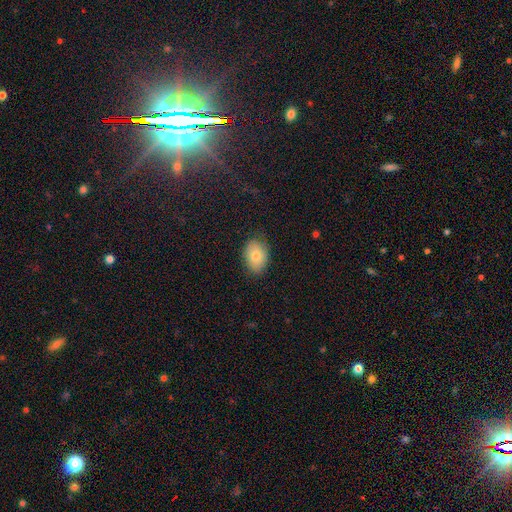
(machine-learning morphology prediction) This is likely a smooth galaxy (78%). How rounded: clearly in between (81%). Merging: likely none (78%).